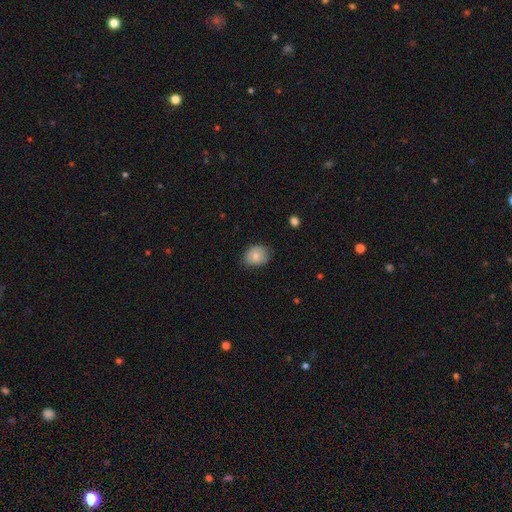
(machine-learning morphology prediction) This appears to be a smooth galaxy with no disk features (78%) that is round (54%). Merging: none (72%).